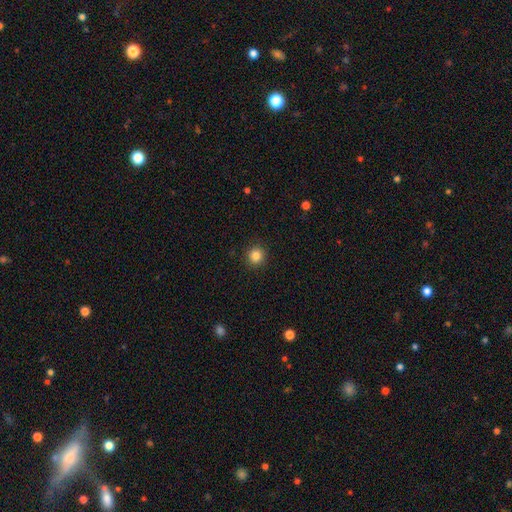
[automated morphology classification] A smooth galaxy with no disk features (85%) that is round (93%). Merging: none (92%).